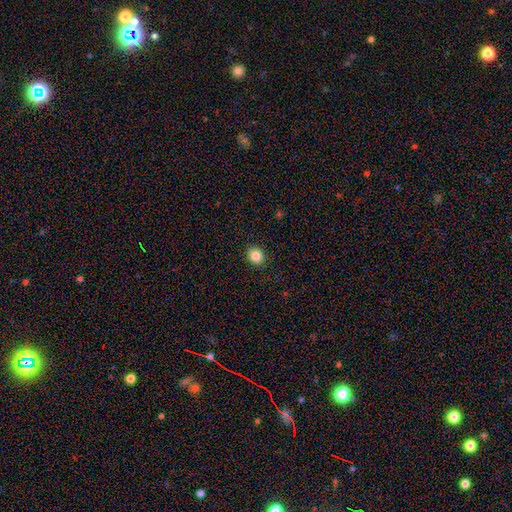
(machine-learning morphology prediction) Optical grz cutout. It shows a smooth galaxy with no disk features (84%) that is round (73%). Merging: none (91%).